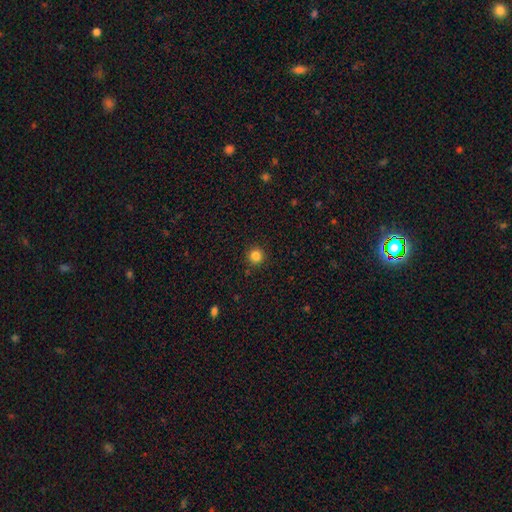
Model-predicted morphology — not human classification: A smooth galaxy with no disk features (84%) that is round (95%). Merging: none (91%).